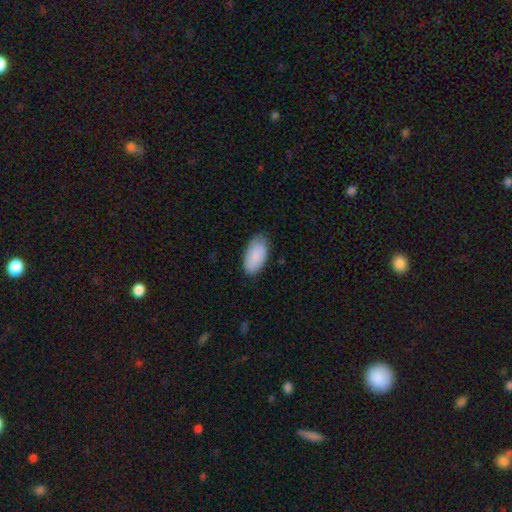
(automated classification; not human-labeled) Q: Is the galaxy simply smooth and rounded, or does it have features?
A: smooth — 88%.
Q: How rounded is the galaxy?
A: in between — 95%.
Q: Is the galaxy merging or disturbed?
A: none — 81%.